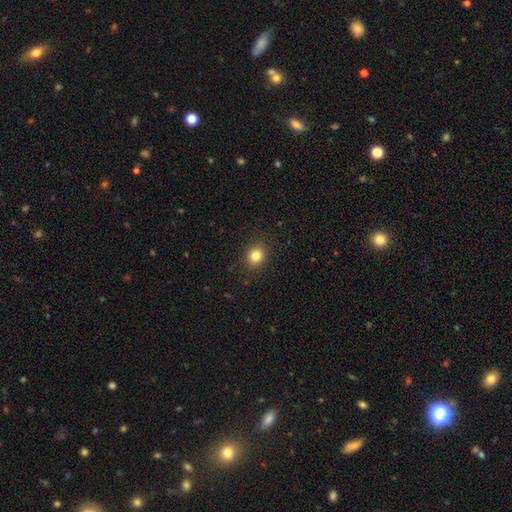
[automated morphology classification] smooth 82%, star or artifact 12%, featured or disk 6%. Down the decision tree: how rounded — round (66%); merging — none (89%).